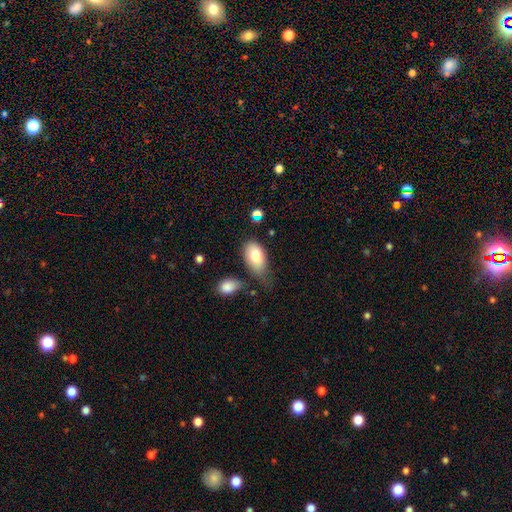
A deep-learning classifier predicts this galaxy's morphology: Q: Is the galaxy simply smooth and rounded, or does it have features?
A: smooth — 76%.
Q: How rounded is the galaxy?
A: in between — 92%.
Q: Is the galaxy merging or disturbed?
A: none — 45%.